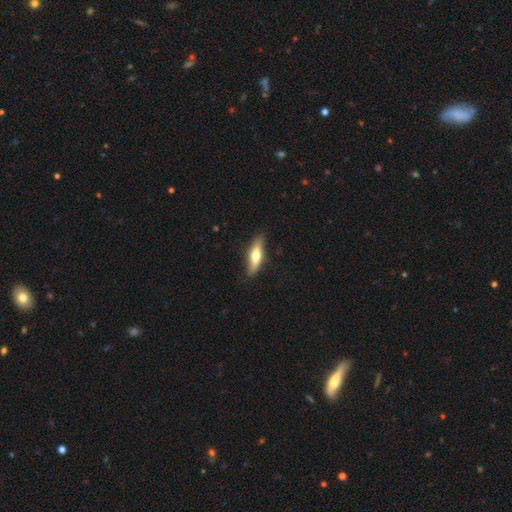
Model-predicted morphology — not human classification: Smooth or featured: smooth — 57% (featured or disk — 38%)
How rounded: cigar-shaped — 63% (in between — 35%)
Merging: none — 83% (minor disturbance — 13%)